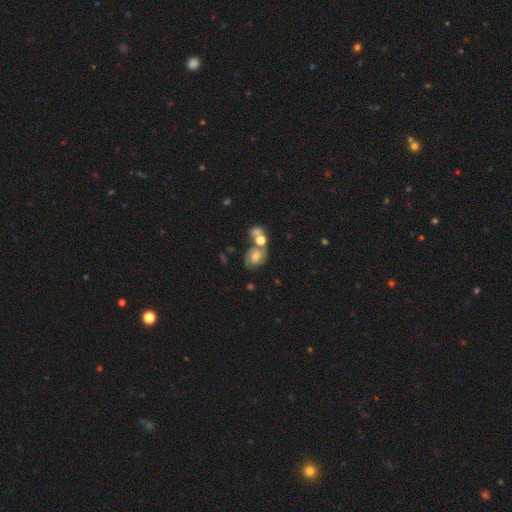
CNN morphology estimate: type=featured or disk (57%); edge-on=no (97%); bar=no (73%); spiral arms=yes (82%); bulge=moderate (52%); merging=none (43%).